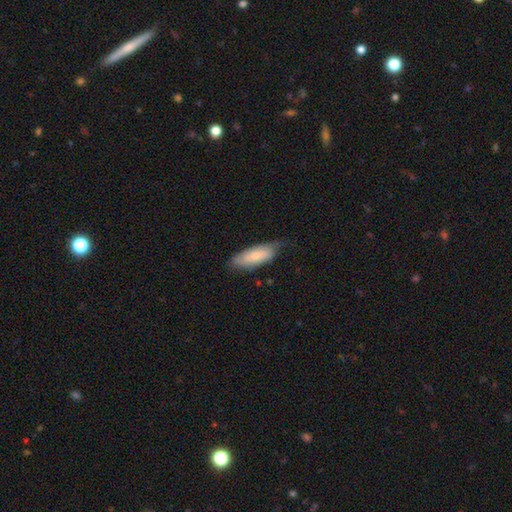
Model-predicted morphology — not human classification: The model was most divided on "merging": none: 58%, minor disturbance: 33%, major disturbance: 8%, merger: 1%. More confident: smooth or featured — smooth (73%); how rounded — in between (69%).